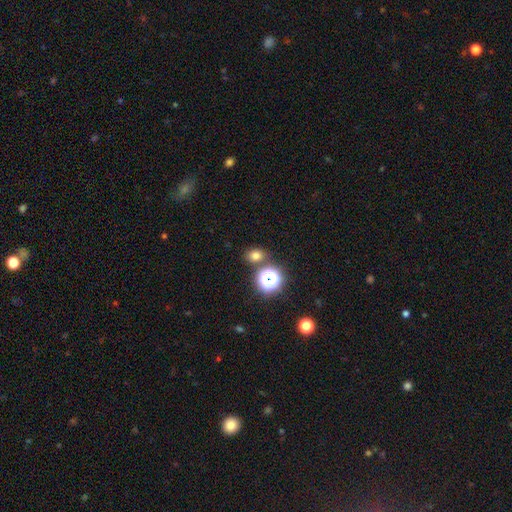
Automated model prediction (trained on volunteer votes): Smooth or featured? Predicted: smooth (p=0.72). How rounded? Predicted: round (p=0.49, tied with in between). Merging? Predicted: none (p=0.78).